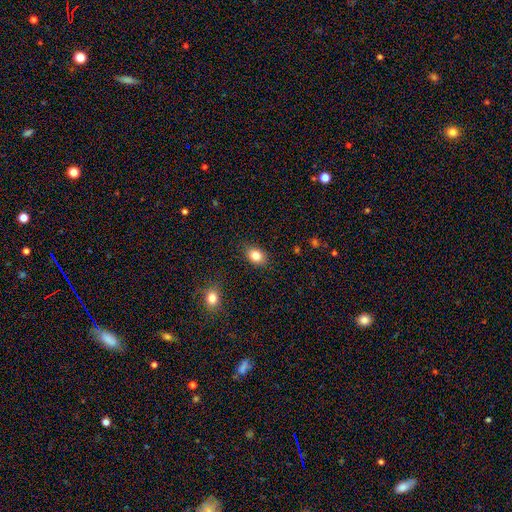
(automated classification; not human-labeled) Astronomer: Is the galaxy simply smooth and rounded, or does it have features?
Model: smooth — 83%.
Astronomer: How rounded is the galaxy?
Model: in between — 74%.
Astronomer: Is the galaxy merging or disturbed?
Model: none — 86%.